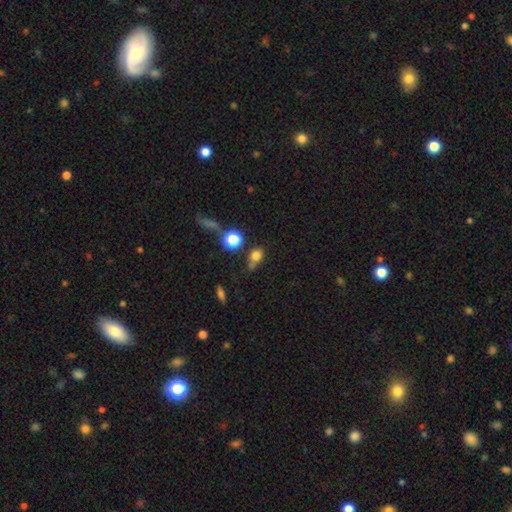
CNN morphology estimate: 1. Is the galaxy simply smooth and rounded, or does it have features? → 77% smooth, 15% star or artifact, 8% featured or disk.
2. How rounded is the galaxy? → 61% round, 36% in between, 3% cigar-shaped.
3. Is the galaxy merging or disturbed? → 52% none, 20% minor disturbance, 19% merger, 9% major disturbance.